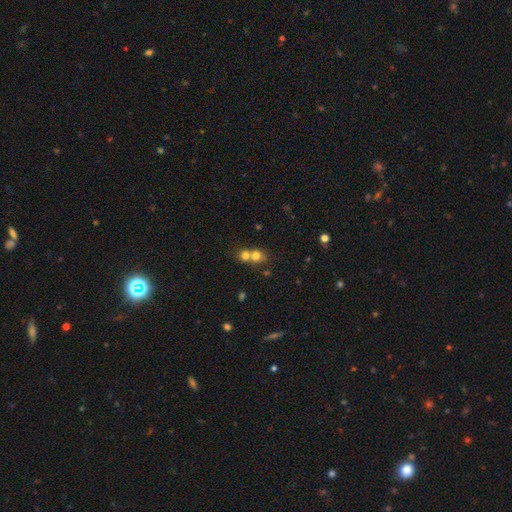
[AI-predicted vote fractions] This appears to be a smooth galaxy with no disk features (73%) that is round (77%). Merging: merger (61%).